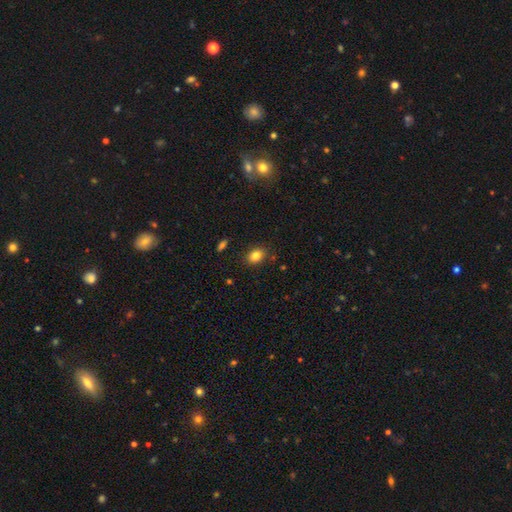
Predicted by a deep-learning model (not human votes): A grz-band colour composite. It shows a smooth galaxy with no disk features (82%) that is in between round and cigar-shaped (63%). Merging: none (85%).